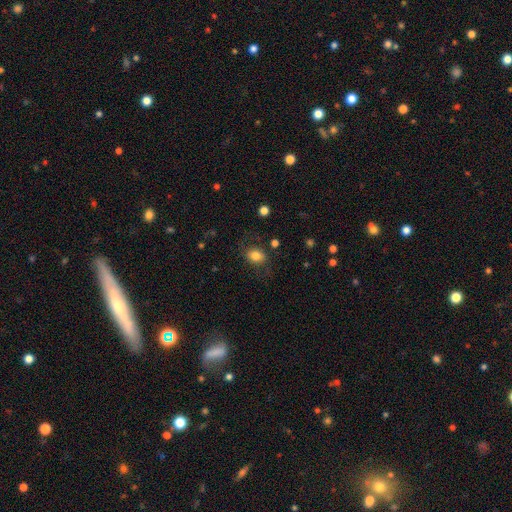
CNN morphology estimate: Q: Smooth or featured?
A: smooth (80%); runner-up: star or artifact (10%)
Q: How rounded?
A: in between (60%); runner-up: round (39%)
Q: Merging?
A: none (73%); runner-up: minor disturbance (17%)